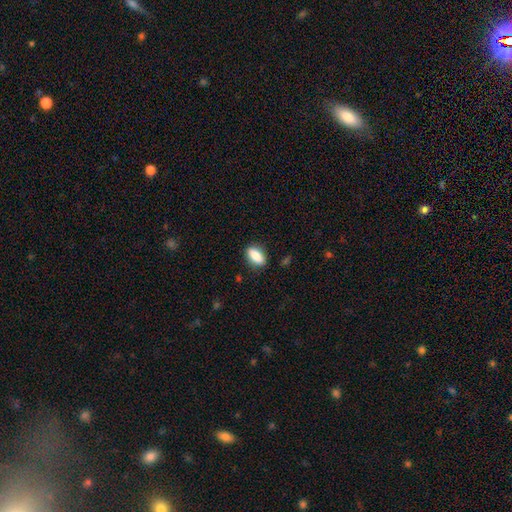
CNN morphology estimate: Smooth or featured?
  - smooth: 84% *
  - featured or disk: 9%
  - star or artifact: 7%
How rounded?
  - in between: 82% *
  - cigar-shaped: 13%
  - round: 5%
Merging?
  - none: 85% *
  - minor disturbance: 11%
  - major disturbance: 3%
  - merger: 1%